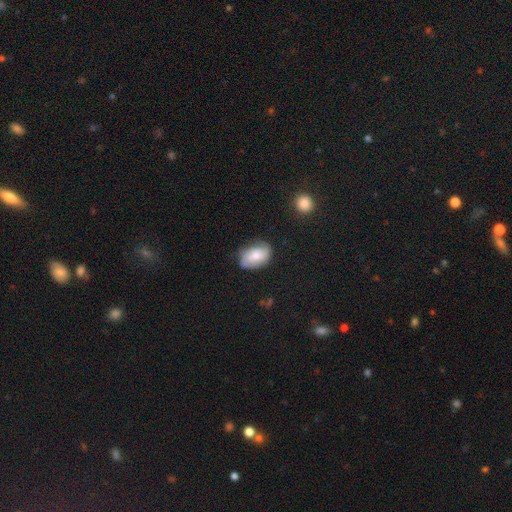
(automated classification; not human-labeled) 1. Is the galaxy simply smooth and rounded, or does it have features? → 58% smooth, 35% featured or disk, 8% star or artifact.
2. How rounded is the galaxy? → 85% in between, 14% round, 1% cigar-shaped.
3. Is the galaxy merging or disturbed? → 59% none, 30% minor disturbance, 9% major disturbance, 2% merger.